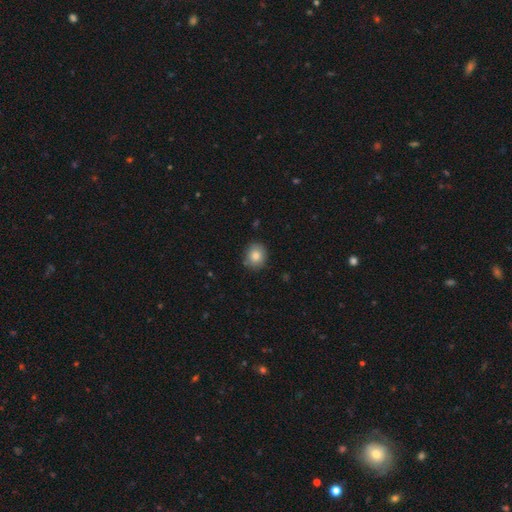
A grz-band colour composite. It shows a smooth galaxy with no disk features (90%) that is round (91%). Merging: none (92%).